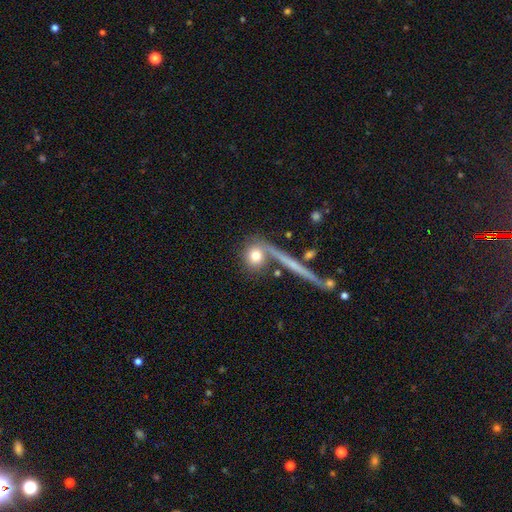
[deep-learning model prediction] Smooth or featured? Predicted: smooth (p=0.73). How rounded? Predicted: round (p=0.81). Merging? Predicted: none (p=0.66).